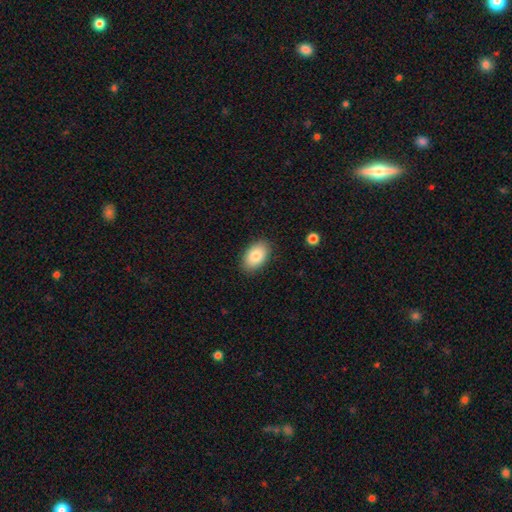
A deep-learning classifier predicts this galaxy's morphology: Smooth or featured? smooth (85%)
How rounded? in between (92%)
Merging? none (87%)